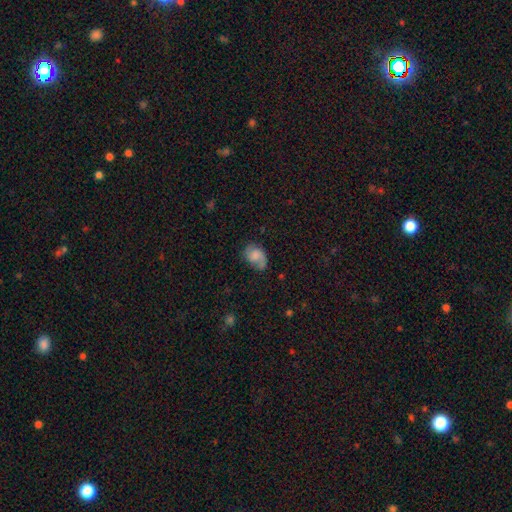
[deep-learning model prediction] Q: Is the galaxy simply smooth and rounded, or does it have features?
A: smooth — 53%.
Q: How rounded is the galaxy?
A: in between — 67%.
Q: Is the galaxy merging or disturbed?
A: none — 51%.